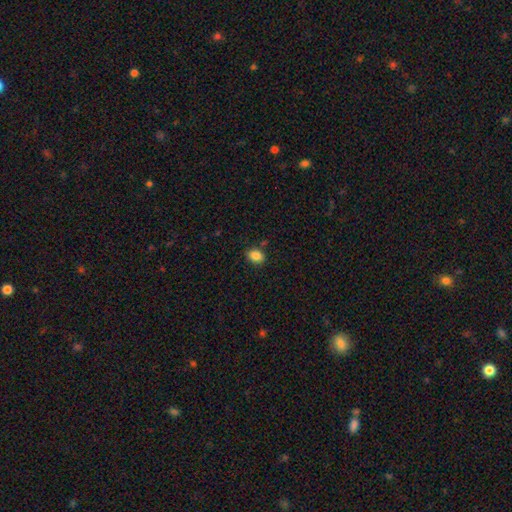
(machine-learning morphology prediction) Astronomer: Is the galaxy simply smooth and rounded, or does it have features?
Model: smooth — 86%.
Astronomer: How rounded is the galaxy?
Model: in between — 74%.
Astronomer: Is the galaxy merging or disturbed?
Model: none — 81%.